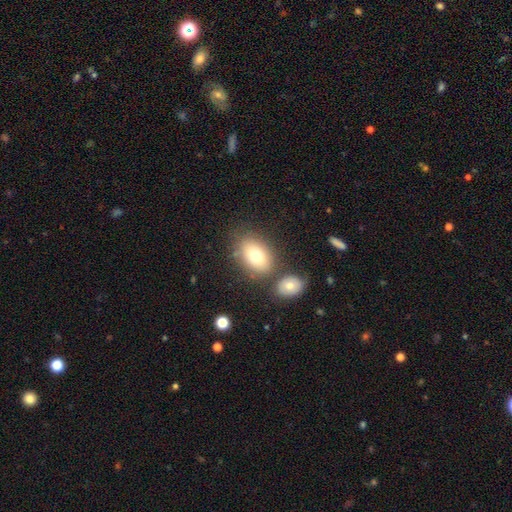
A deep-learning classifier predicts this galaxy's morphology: smooth-or-featured: smooth: 75% | featured or disk: 15% | star or artifact: 10%
  how-rounded: in between: 77% | round: 22% | cigar-shaped: 1%
  merging: none: 67% | merger: 16% | minor disturbance: 13% | major disturbance: 5%